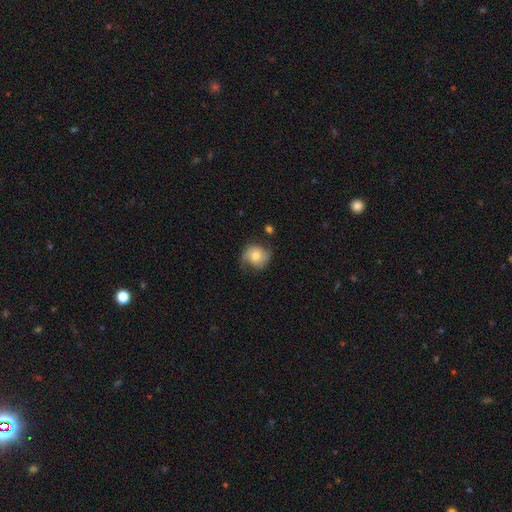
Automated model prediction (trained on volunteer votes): A smooth galaxy with no disk features (54%) that is round (76%).

Vote fractions:
- Smooth or featured? smooth: 54% / featured or disk: 38% / star or artifact: 8%
- How rounded? round: 76% / in between: 23% / cigar-shaped: 1%
- Merging? none: 54% / minor disturbance: 28% / major disturbance: 15% / merger: 2%